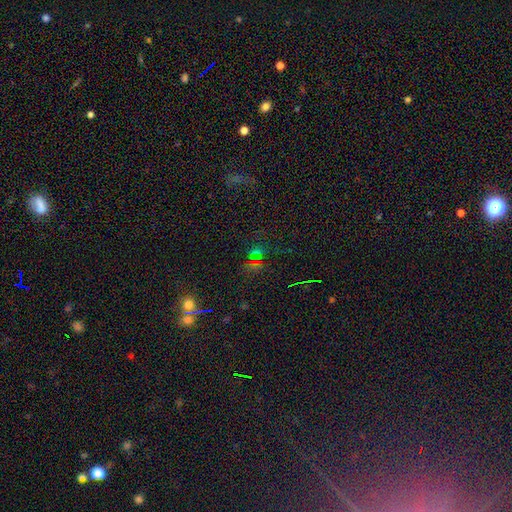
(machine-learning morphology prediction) This is possibly a star or artifact rather than a galaxy (58%).